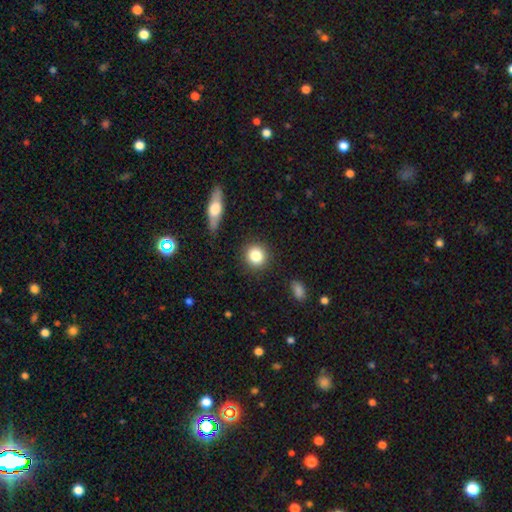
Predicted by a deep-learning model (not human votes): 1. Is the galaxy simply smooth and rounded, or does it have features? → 83% smooth, 9% star or artifact, 8% featured or disk.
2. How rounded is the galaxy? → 89% round, 9% in between, 1% cigar-shaped.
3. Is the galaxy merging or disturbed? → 88% none, 7% minor disturbance, 2% major disturbance, 2% merger.